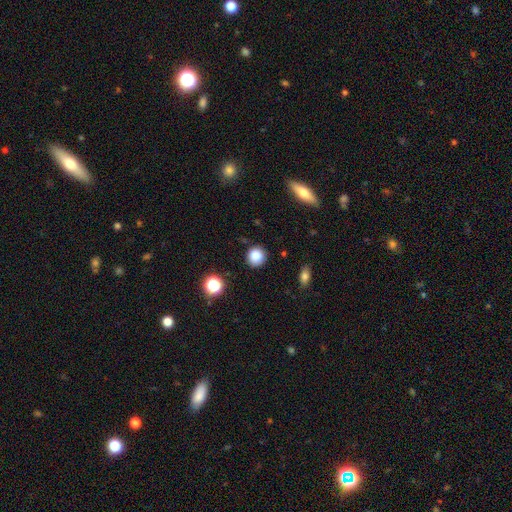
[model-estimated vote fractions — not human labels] Smooth or featured? Predicted: smooth (p=0.84). How rounded? Predicted: round (p=0.89). Merging? Predicted: none (p=0.85).